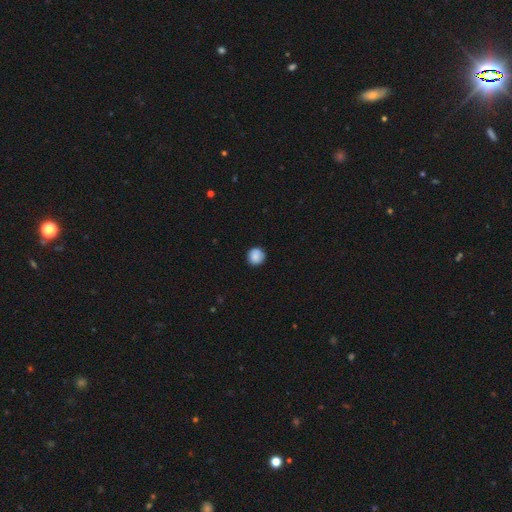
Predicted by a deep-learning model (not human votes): Overall: smooth (87%). How rounded: round (94%). Merging: none (87%).